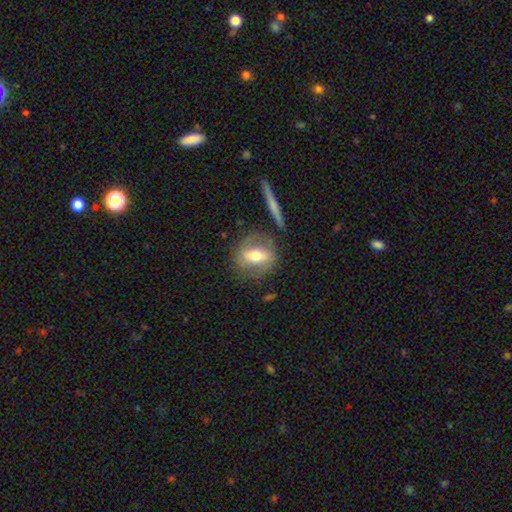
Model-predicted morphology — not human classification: smooth-or-featured: featured or disk: 53% | smooth: 40% | star or artifact: 7%
  disk-edge-on: no: 75% | yes: 25%
  merging: none: 73% | minor disturbance: 16% | major disturbance: 7% | merger: 5%